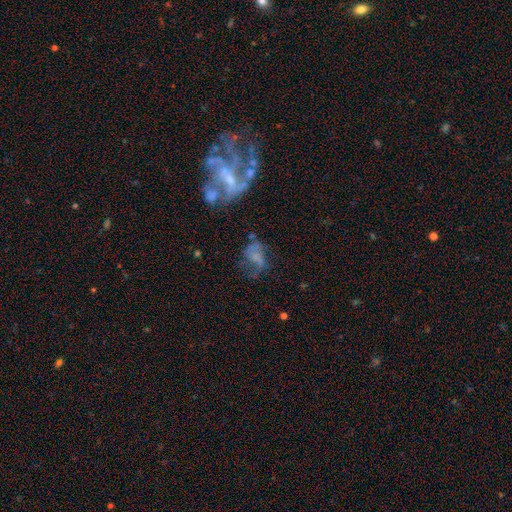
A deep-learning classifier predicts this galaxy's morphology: type=featured or disk (50%); merging=major disturbance (36%).